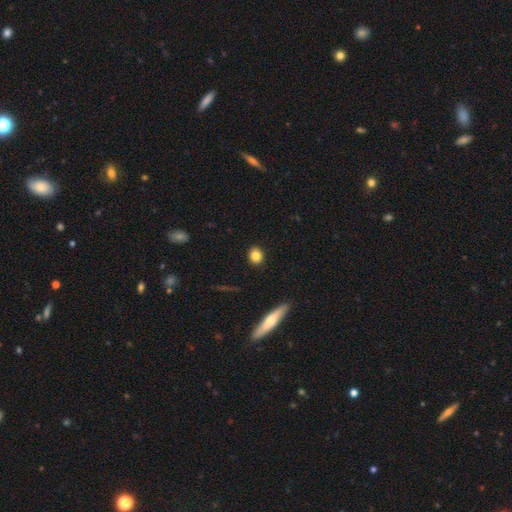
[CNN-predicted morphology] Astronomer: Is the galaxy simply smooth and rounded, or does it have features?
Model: smooth — 84%.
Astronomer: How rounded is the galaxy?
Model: round — 78%.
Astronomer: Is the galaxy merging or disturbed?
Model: none — 91%.